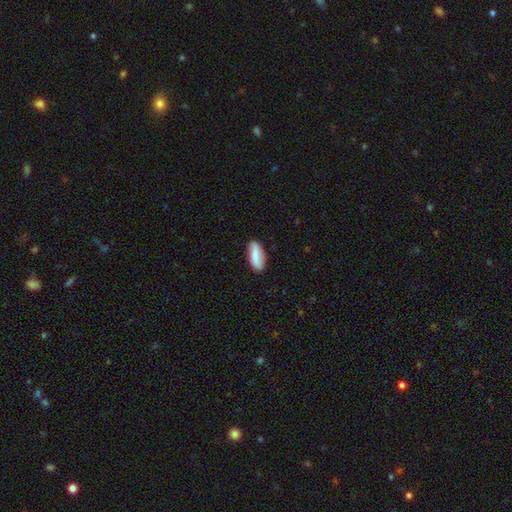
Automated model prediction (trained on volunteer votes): This is likely a smooth galaxy (75%). How rounded: likely in between (74%). Merging: clearly none (86%).